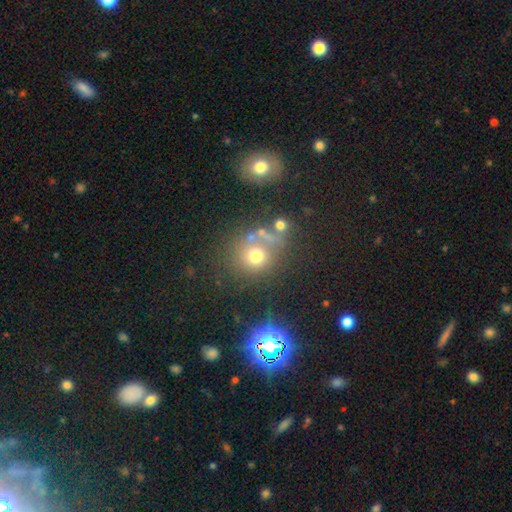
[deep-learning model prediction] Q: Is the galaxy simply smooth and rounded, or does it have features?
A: smooth — 65%.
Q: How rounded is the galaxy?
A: round — 83%.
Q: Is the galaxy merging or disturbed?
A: none — 57%.